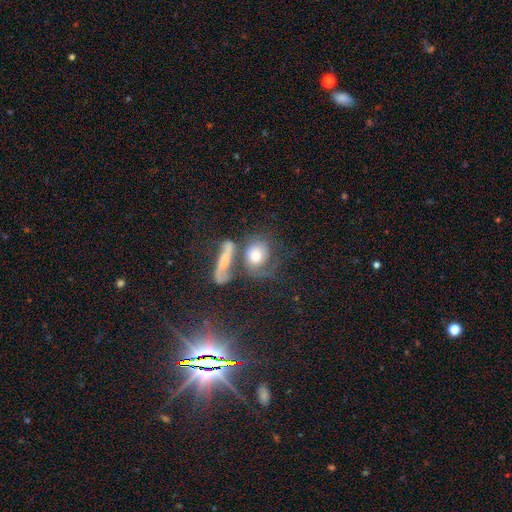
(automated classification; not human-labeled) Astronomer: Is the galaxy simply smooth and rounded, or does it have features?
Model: smooth — 57% (runner-up: featured or disk, 33%).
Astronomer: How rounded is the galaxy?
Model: round — 59% (runner-up: in between, 37%).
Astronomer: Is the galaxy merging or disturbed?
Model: merger — 41% (runner-up: none, 29%).